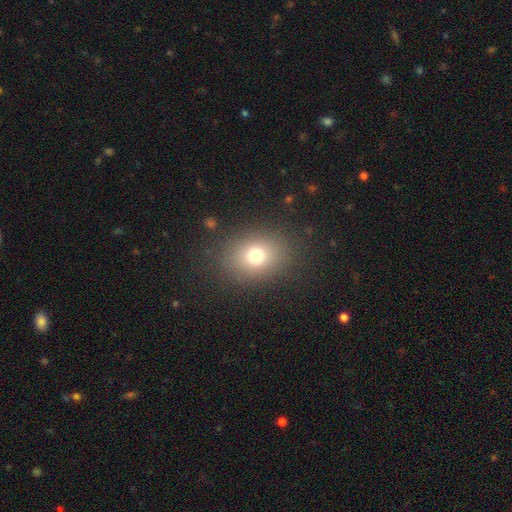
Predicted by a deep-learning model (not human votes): A smooth galaxy with no disk features (74%) that is in between round and cigar-shaped (51%). Merging: none (85%).